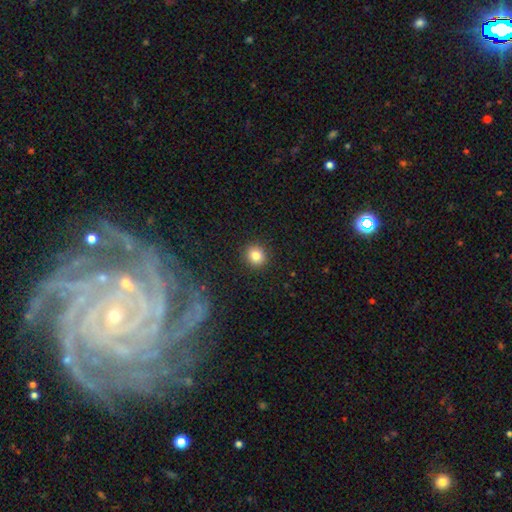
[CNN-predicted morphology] A smooth galaxy with no disk features (83%) that is round (89%).

Vote fractions:
- Smooth or featured? smooth: 83% / star or artifact: 11% / featured or disk: 6%
- How rounded? round: 89% / in between: 10% / cigar-shaped: 1%
- Merging? none: 92% / minor disturbance: 5% / major disturbance: 2% / merger: 1%